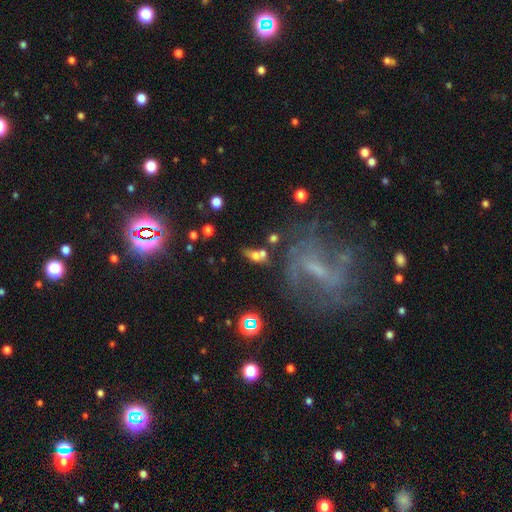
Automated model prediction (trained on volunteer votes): Smooth or featured? Predicted: smooth (p=0.59). How rounded? Predicted: in between (p=0.66). Merging? Predicted: none (p=0.46).